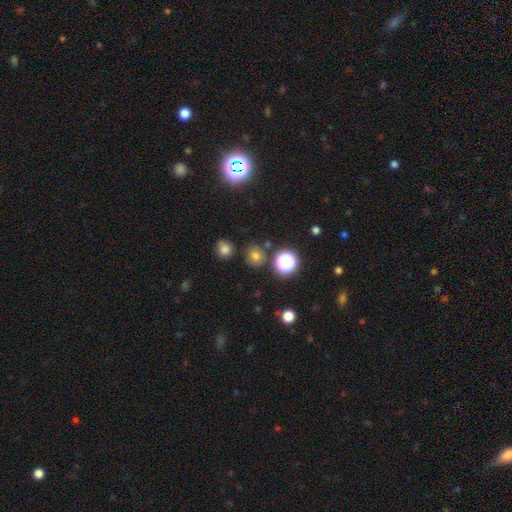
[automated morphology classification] type=smooth (66%); roundness=round (85%); merging=none (83%).